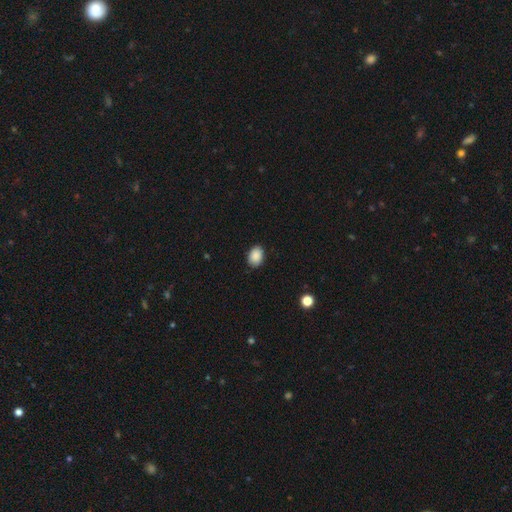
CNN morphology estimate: smooth 89%, star or artifact 8%, featured or disk 3%. Down the decision tree: how rounded — in between (77%); merging — none (85%).